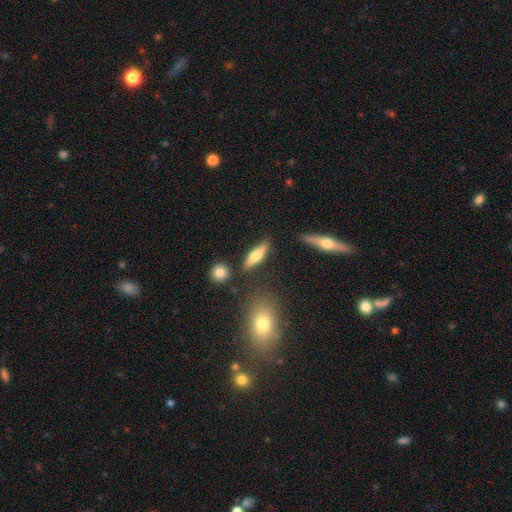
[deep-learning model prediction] Smooth or featured? smooth (58%)
How rounded? cigar-shaped (54%)
Merging? none (80%)